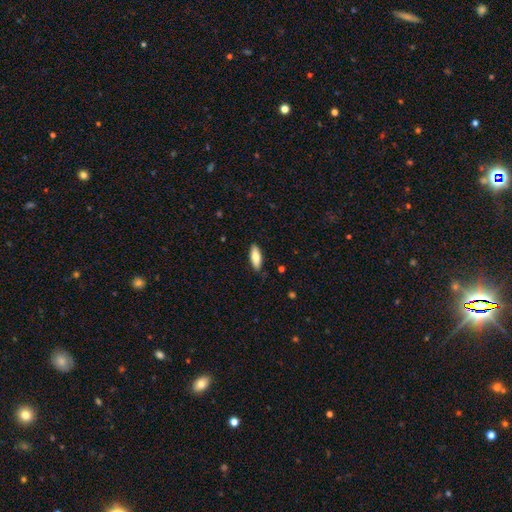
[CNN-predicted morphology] A smooth galaxy with no disk features (79%) that is in between round and cigar-shaped (71%). Merging: none (87%).